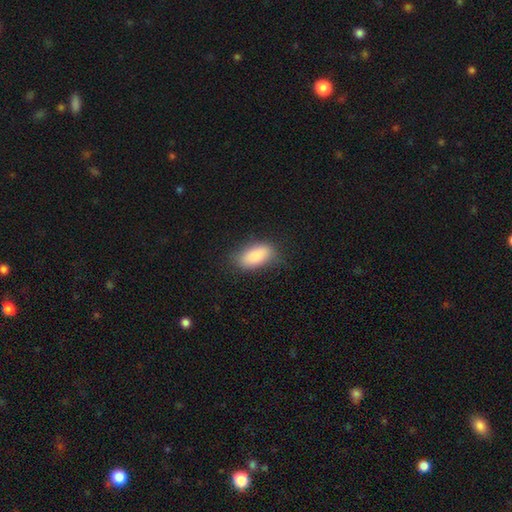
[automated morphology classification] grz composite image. It shows a smooth galaxy with no disk features (87%) that is in between round and cigar-shaped (89%). Merging: none (75%).